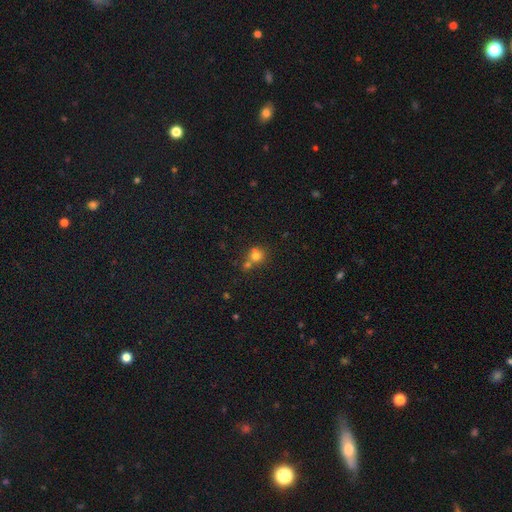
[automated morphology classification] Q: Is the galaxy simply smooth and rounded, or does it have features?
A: smooth — 74%.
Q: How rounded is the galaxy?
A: round — 85%.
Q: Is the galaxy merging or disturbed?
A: none — 45%.